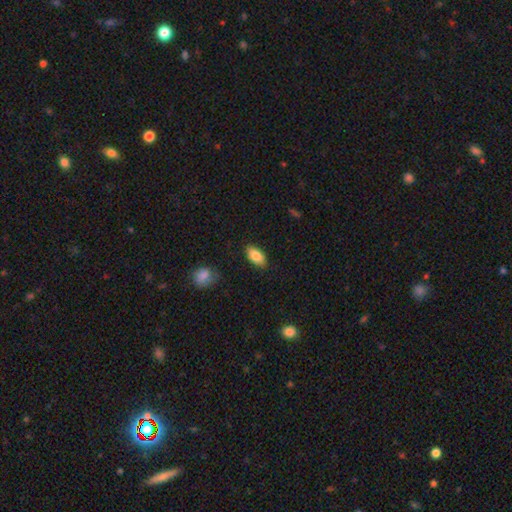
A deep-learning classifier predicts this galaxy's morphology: Smooth or featured?
  - smooth: 84% *
  - featured or disk: 9%
  - star or artifact: 7%
How rounded?
  - in between: 90% *
  - cigar-shaped: 7%
  - round: 3%
Merging?
  - none: 84% *
  - minor disturbance: 12%
  - major disturbance: 2%
  - merger: 2%